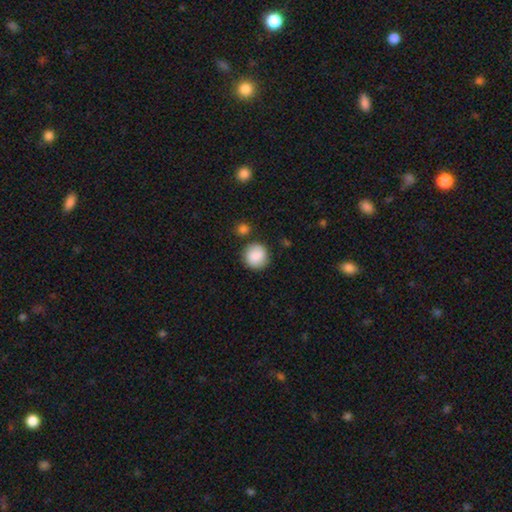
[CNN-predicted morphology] smooth 87%, star or artifact 7%, featured or disk 5%. Down the decision tree: how rounded — round (92%); merging — none (83%).